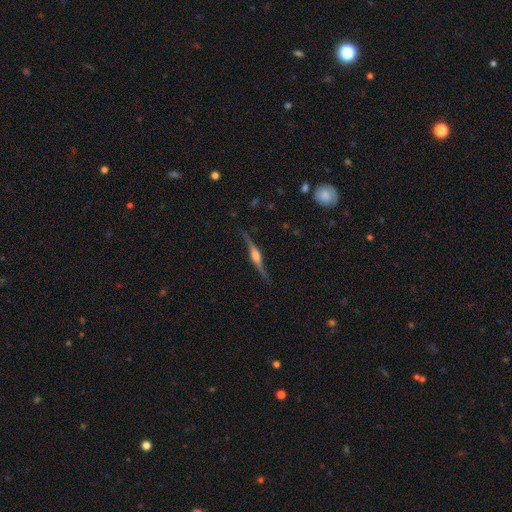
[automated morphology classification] Smooth or featured? Predicted: featured or disk (p=0.81). Edge-on disk? Predicted: yes (p=0.95). Edge-on bulge? Predicted: rounded (p=0.85). Merging? Predicted: none (p=0.80).